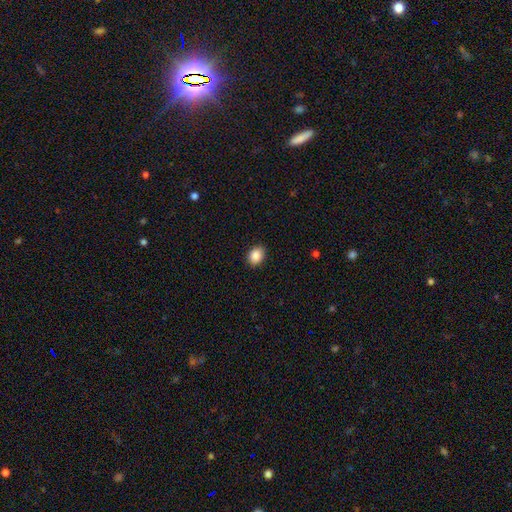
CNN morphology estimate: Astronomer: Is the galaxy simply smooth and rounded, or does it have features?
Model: smooth — 88%.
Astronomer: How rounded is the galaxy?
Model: in between — 55% (runner-up: round, 45%).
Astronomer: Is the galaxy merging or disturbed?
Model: none — 90%.